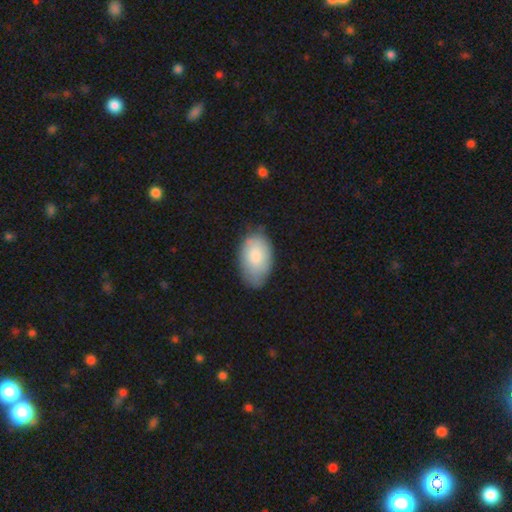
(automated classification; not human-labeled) Smooth or featured? smooth (81%)
How rounded? in between (93%)
Merging? none (67%)